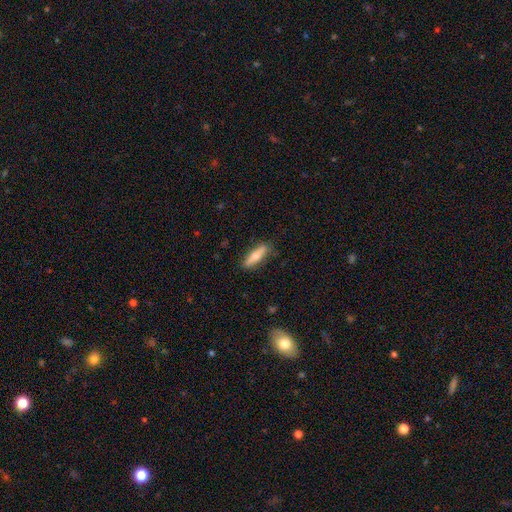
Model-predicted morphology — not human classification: type=smooth (60%); roundness=cigar-shaped (66%); merging=none (85%).